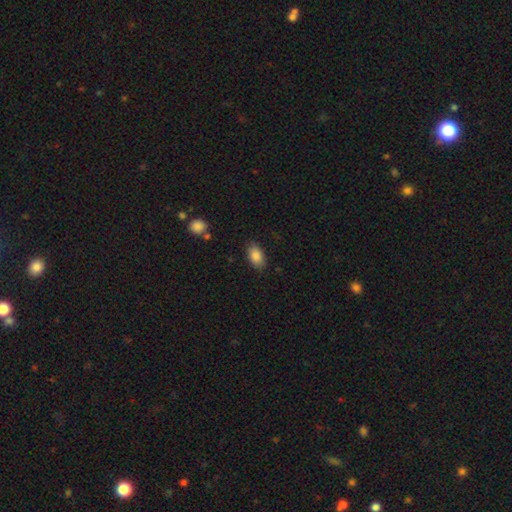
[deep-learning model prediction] A smooth galaxy with no disk features (88%) that is in between round and cigar-shaped (91%). Merging: none (83%).